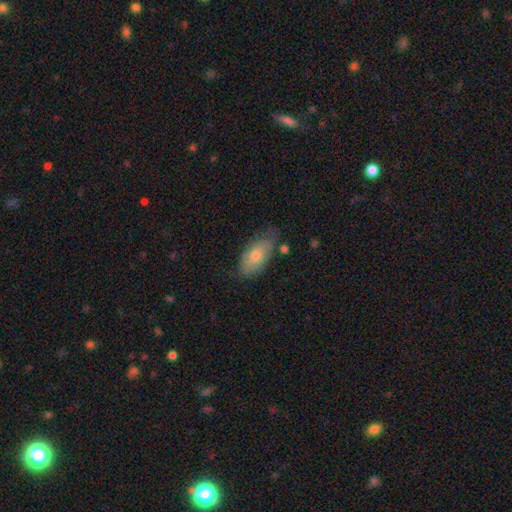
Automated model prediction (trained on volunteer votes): Q: Smooth or featured?
A: smooth (68%); runner-up: featured or disk (25%)
Q: How rounded?
A: in between (90%); runner-up: cigar-shaped (6%)
Q: Merging?
A: none (66%); runner-up: minor disturbance (26%)